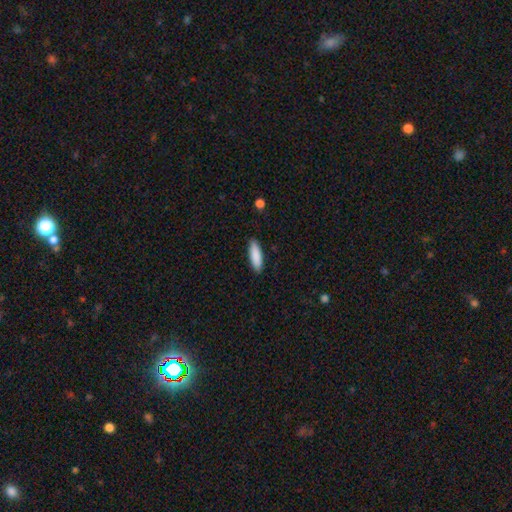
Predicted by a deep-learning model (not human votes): This is clearly a smooth galaxy (88%). How rounded: possibly cigar-shaped (55%). Merging: clearly none (89%).